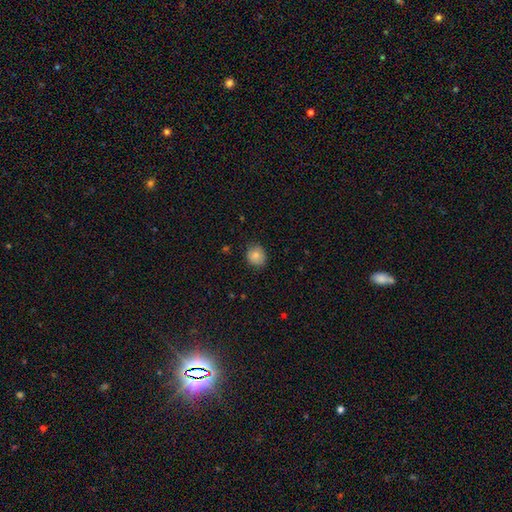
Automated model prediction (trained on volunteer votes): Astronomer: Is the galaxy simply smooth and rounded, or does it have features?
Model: smooth — 79%.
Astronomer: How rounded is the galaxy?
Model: round — 78%.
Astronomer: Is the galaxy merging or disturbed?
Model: none — 80%.